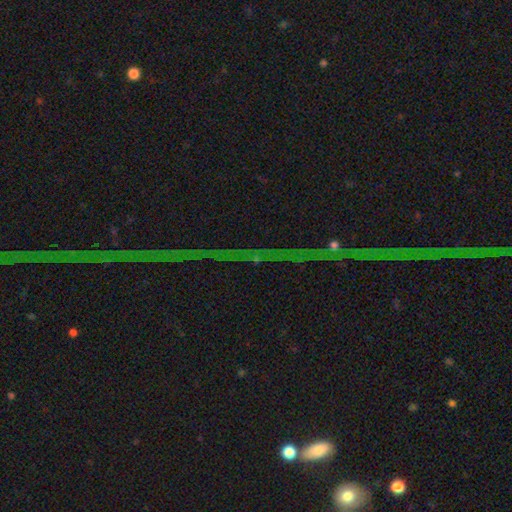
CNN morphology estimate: The model was most divided on "smooth or featured": star or artifact: 81%, featured or disk: 12%, smooth: 8%.